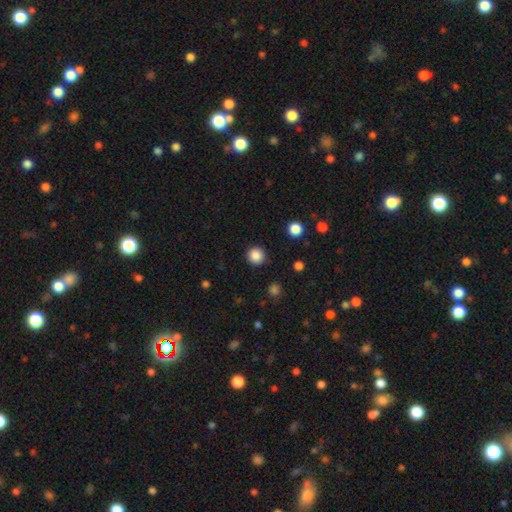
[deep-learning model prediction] Smooth or featured?
  - smooth: 85% *
  - star or artifact: 11%
  - featured or disk: 3%
How rounded?
  - round: 95% *
  - in between: 4%
  - cigar-shaped: 1%
Merging?
  - none: 91% *
  - minor disturbance: 6%
  - major disturbance: 2%
  - merger: 1%